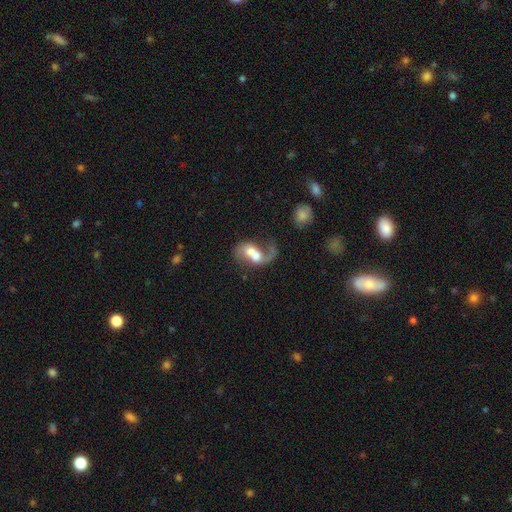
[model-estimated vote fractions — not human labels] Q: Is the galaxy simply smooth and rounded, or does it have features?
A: featured or disk — 57%.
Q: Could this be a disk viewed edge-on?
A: no — 97%.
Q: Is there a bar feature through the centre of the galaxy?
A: no — 65%.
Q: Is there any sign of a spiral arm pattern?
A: yes — 72%.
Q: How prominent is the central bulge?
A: moderate — 43%.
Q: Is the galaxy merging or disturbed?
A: merger — 67%.